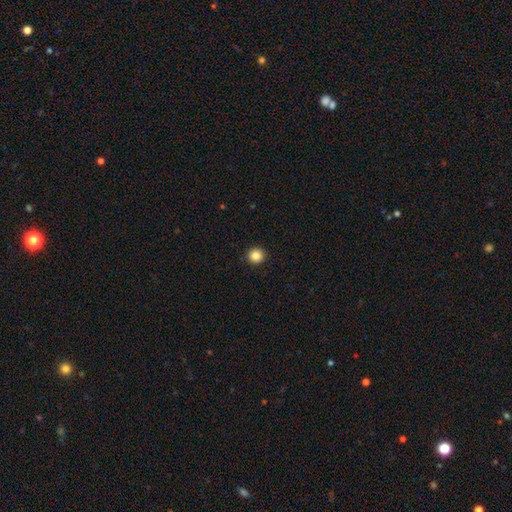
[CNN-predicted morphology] Q: Smooth or featured?
A: smooth (85%); runner-up: star or artifact (10%)
Q: How rounded?
A: round (95%); runner-up: in between (4%)
Q: Merging?
A: none (94%); runner-up: minor disturbance (4%)